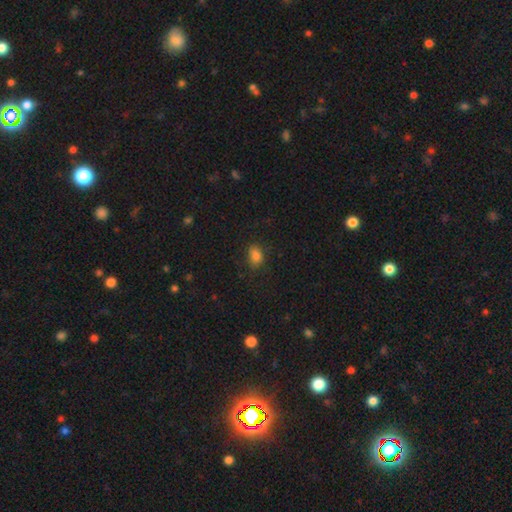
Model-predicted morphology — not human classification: Q: Smooth or featured?
A: smooth (84%); runner-up: star or artifact (12%)
Q: How rounded?
A: in between (80%); runner-up: round (18%)
Q: Merging?
A: none (77%); runner-up: minor disturbance (17%)